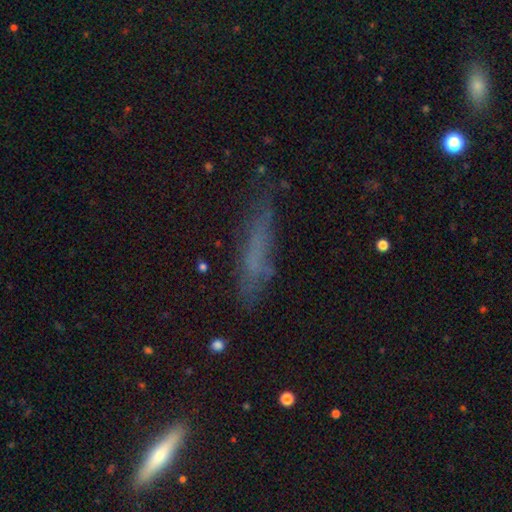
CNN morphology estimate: Q: Smooth or featured?
A: smooth (53%); runner-up: featured or disk (34%)
Q: How rounded?
A: cigar-shaped (84%); runner-up: in between (15%)
Q: Merging?
A: none (66%); runner-up: minor disturbance (23%)